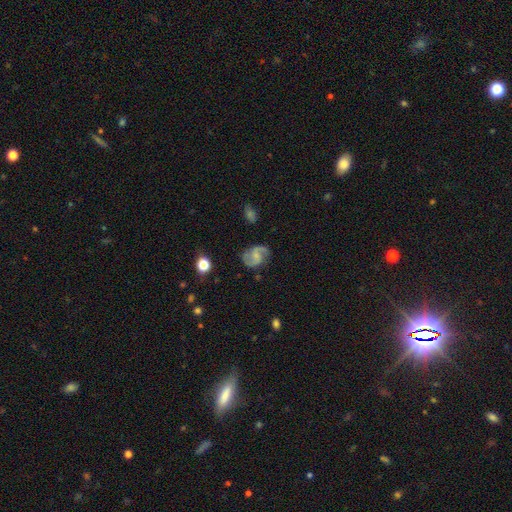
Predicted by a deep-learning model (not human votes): Smooth or featured? Predicted: featured or disk (p=0.84). Edge-on disk? Predicted: no (p=0.98). Bar? Predicted: no (p=0.47). Spiral arms? Predicted: yes (p=0.96). Spiral winding? Predicted: medium (p=0.53). Spiral arm count? Predicted: 2 (p=0.92). Bulge size? Predicted: small (p=0.56). Merging? Predicted: none (p=0.77).